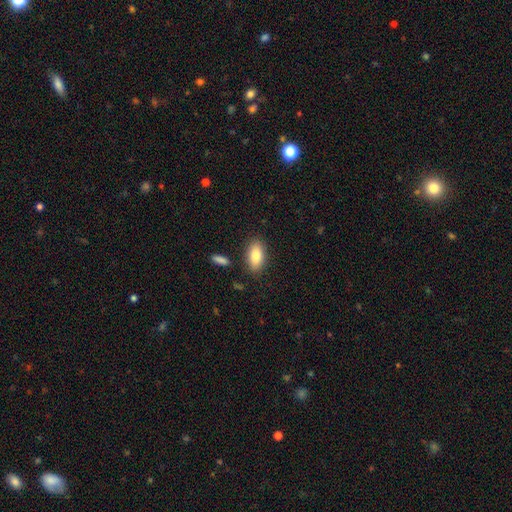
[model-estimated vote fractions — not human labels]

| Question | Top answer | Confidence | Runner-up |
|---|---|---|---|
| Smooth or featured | smooth | 82% | featured or disk (11%) |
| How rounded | in between | 89% | cigar-shaped (6%) |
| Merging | none | 84% | minor disturbance (10%) |